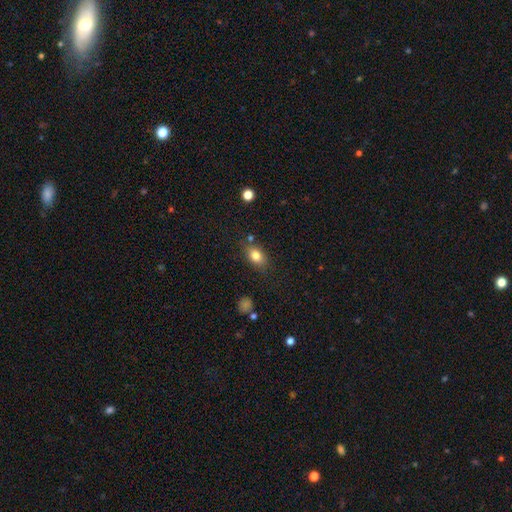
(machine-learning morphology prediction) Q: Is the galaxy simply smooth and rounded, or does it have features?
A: smooth — 81%.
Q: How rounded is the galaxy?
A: in between — 78%.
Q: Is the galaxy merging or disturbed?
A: none — 75%.